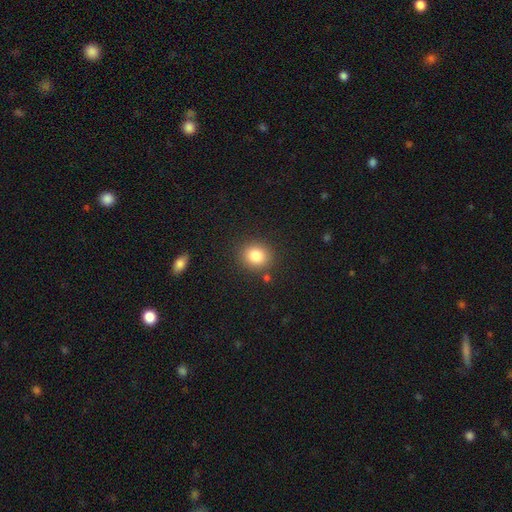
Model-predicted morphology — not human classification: A smooth galaxy with no disk features (83%) that is round (77%).

Vote fractions:
- Smooth or featured? smooth: 83% / star or artifact: 11% / featured or disk: 6%
- How rounded? round: 77% / in between: 22% / cigar-shaped: 1%
- Merging? none: 86% / minor disturbance: 8% / merger: 3% / major disturbance: 3%